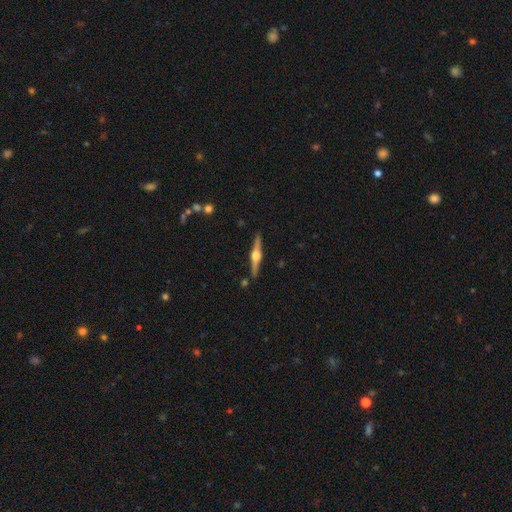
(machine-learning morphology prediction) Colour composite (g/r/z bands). It shows a featured or disk galaxy (81%) viewed edge-on (98%) with a rounded central bulge (95%). Merging: none (90%).